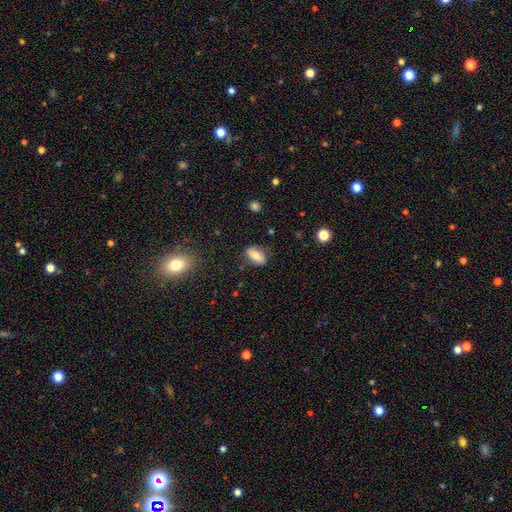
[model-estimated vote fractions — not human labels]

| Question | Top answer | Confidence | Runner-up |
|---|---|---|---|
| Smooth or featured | smooth | 79% | featured or disk (13%) |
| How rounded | in between | 86% | cigar-shaped (8%) |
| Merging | none | 79% | minor disturbance (15%) |